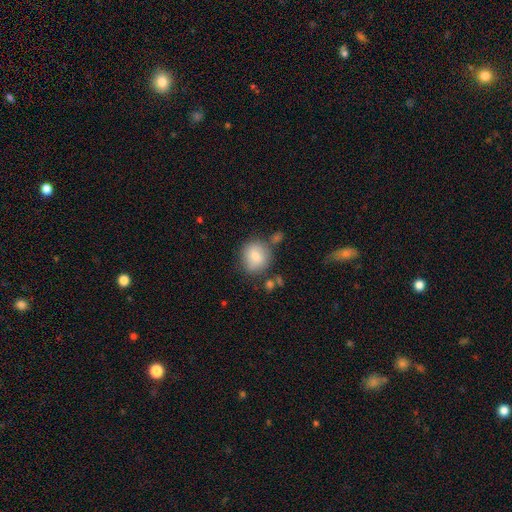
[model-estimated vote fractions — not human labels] This is likely a smooth galaxy (77%). How rounded: clearly round (83%). Merging: likely none (71%).